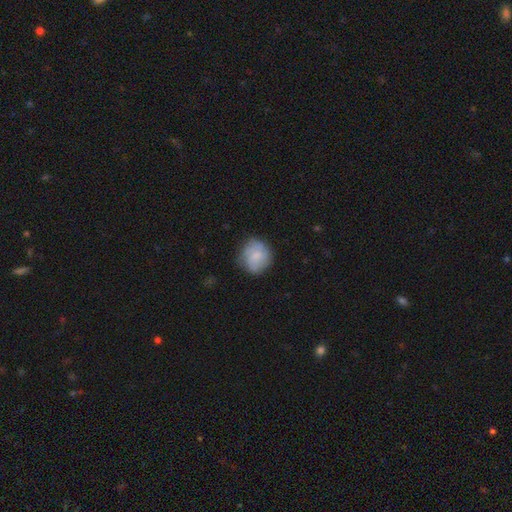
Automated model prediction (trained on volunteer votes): Smooth or featured: smooth — 67% (featured or disk — 26%)
How rounded: round — 80% (in between — 19%)
Merging: none — 71% (minor disturbance — 21%)